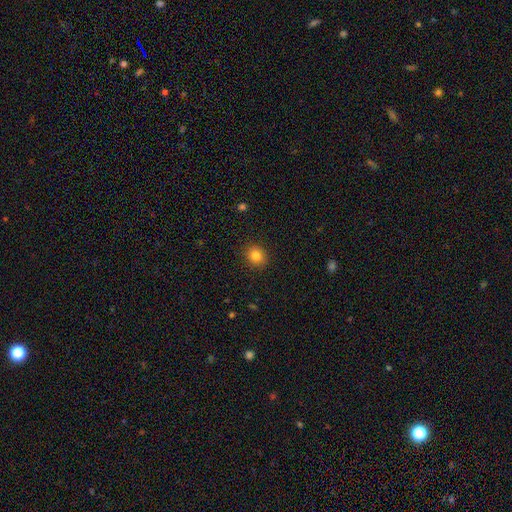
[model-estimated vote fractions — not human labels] Smooth or featured?
  - smooth: 82% *
  - star or artifact: 12%
  - featured or disk: 6%
How rounded?
  - round: 82% *
  - in between: 17%
  - cigar-shaped: 1%
Merging?
  - none: 91% *
  - minor disturbance: 6%
  - major disturbance: 2%
  - merger: 1%